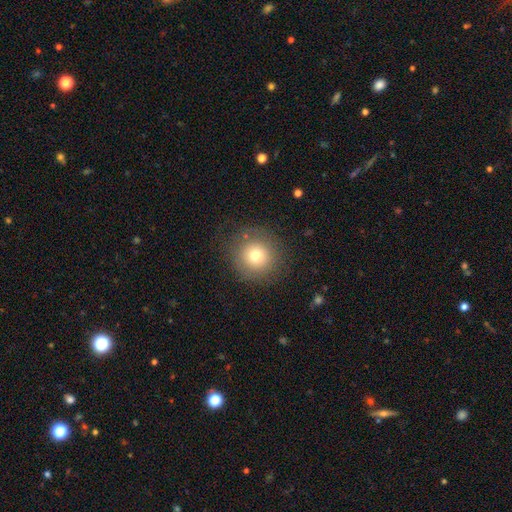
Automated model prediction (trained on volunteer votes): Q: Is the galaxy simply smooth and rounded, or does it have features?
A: smooth — 74%.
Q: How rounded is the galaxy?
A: round — 94%.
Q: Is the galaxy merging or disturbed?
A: none — 83%.